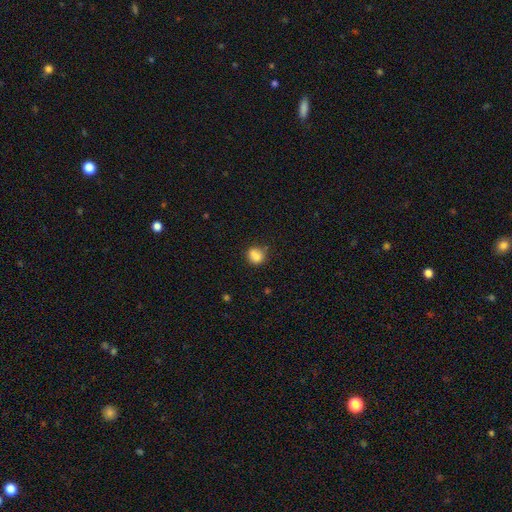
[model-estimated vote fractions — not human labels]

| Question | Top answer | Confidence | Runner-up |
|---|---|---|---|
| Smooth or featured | smooth | 81% | star or artifact (10%) |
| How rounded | round | 74% | in between (25%) |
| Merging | none | 58% | minor disturbance (20%) |